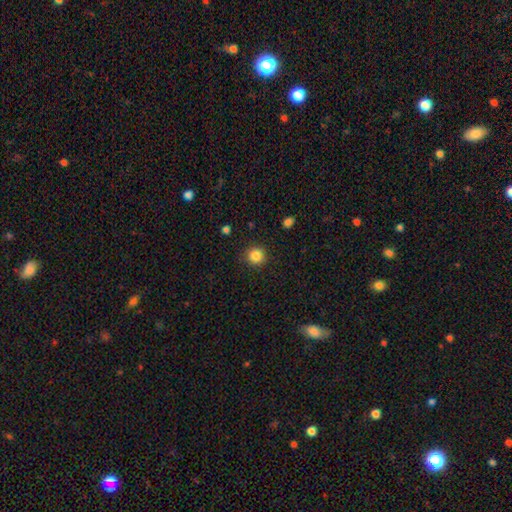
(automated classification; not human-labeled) Smooth or featured? Predicted: smooth (p=0.85). How rounded? Predicted: round (p=0.94). Merging? Predicted: none (p=0.90).